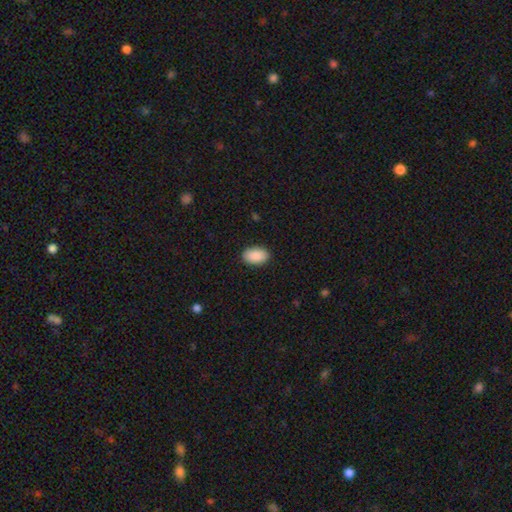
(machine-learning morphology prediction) type=smooth (91%); roundness=in between (93%); merging=none (89%).